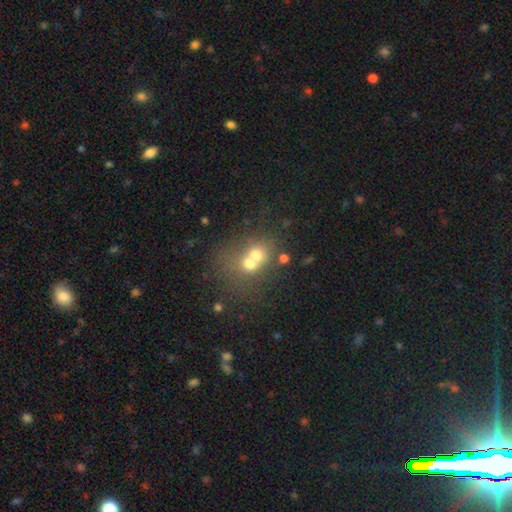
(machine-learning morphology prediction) smooth_or_featured: smooth (p=0.59) [alt: featured or disk p=0.25]
how_rounded: round (p=0.69) [alt: in between p=0.29]
merging: merger (p=0.63) [alt: none p=0.27]